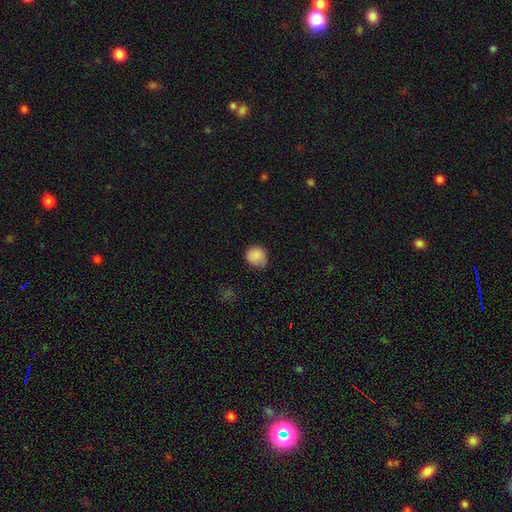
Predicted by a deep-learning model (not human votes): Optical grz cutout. It shows a smooth galaxy with no disk features (87%) that is round (76%). Merging: none (65%).